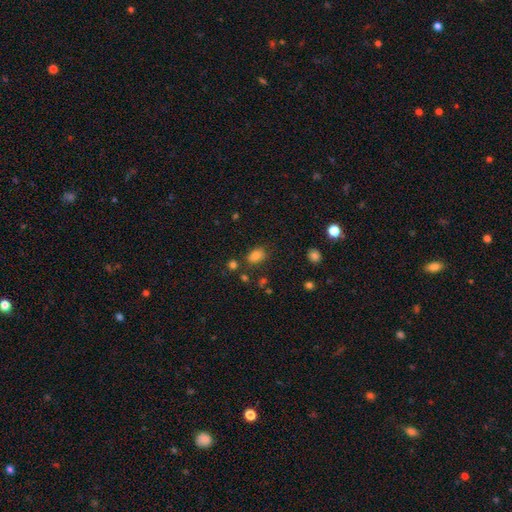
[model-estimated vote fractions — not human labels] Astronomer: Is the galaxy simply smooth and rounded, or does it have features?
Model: smooth — 81%.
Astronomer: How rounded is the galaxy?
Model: in between — 75%.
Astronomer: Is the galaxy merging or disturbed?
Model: none — 77%.